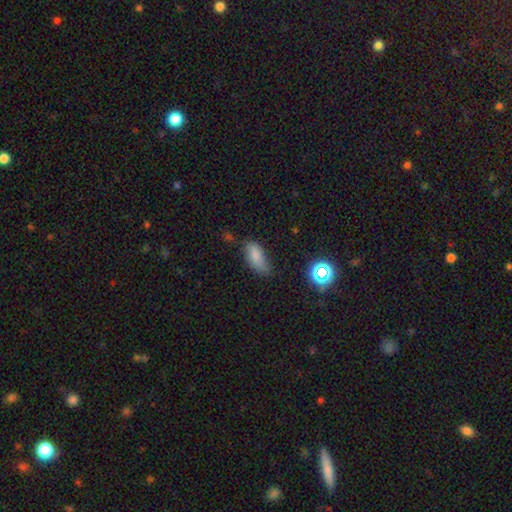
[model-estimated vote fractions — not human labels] A smooth galaxy with no disk features (80%) that is in between round and cigar-shaped (87%).

Vote fractions:
- Smooth or featured? smooth: 80% / star or artifact: 11% / featured or disk: 9%
- How rounded? in between: 87% / cigar-shaped: 10% / round: 3%
- Merging? none: 59% / minor disturbance: 30% / major disturbance: 8% / merger: 3%